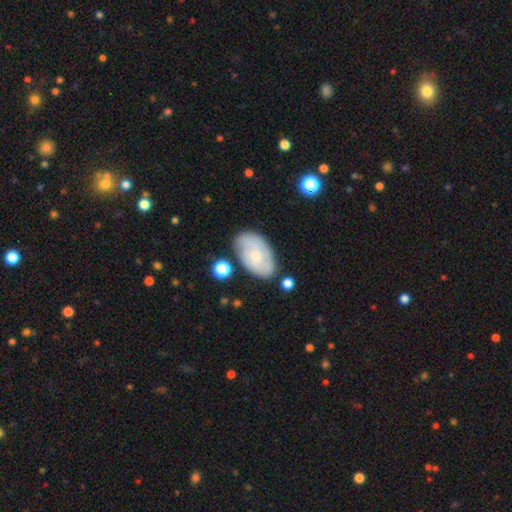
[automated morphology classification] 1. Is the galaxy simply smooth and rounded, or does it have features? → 47% featured or disk, 46% smooth, 7% star or artifact.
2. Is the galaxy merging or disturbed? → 68% none, 21% minor disturbance, 6% major disturbance, 5% merger.